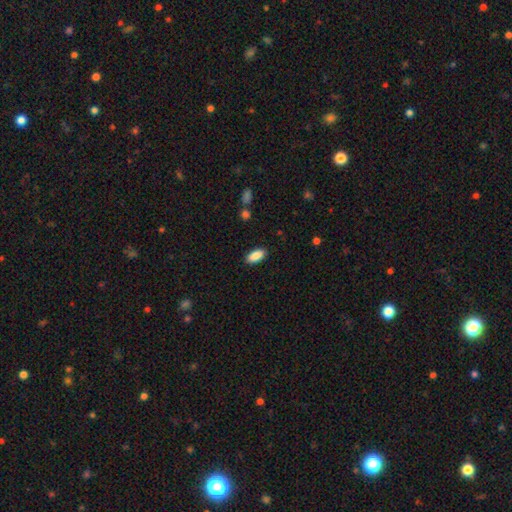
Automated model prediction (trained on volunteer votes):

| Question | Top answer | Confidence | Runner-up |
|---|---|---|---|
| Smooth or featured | smooth | 88% | star or artifact (7%) |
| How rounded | in between | 88% | cigar-shaped (10%) |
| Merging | none | 88% | minor disturbance (9%) |